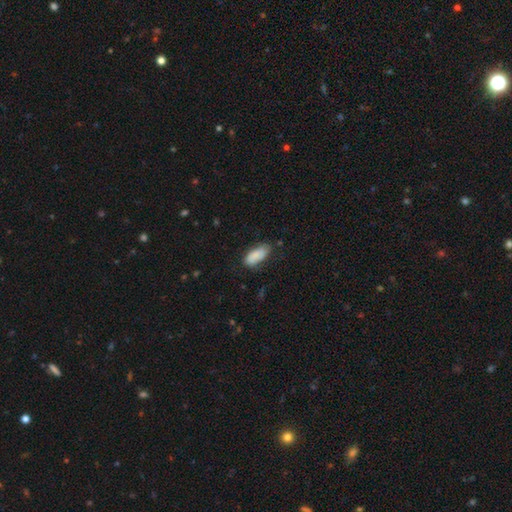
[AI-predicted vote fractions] Smooth or featured: smooth — 87% (featured or disk — 7%)
How rounded: in between — 85% (cigar-shaped — 13%)
Merging: none — 68% (minor disturbance — 24%)